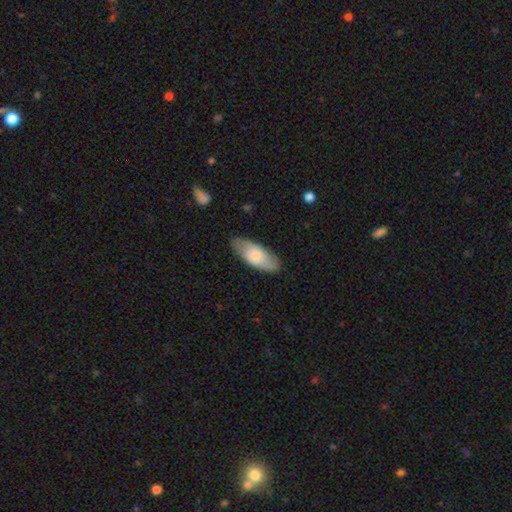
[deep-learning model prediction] smooth 66%, featured or disk 29%, star or artifact 6%. Down the decision tree: how rounded — in between (81%); merging — none (81%).